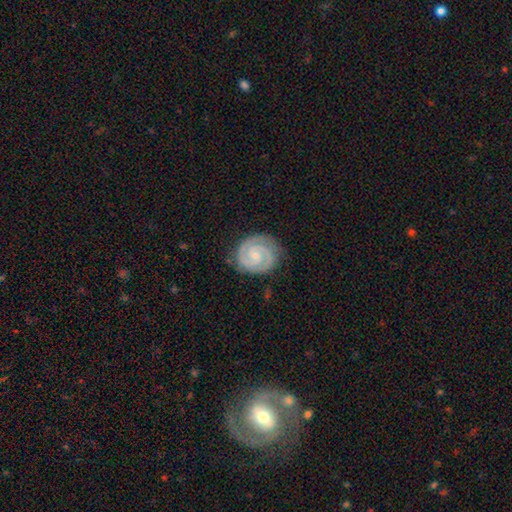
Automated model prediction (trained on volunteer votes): Smooth or featured? featured or disk (91%)
Edge-on disk? no (98%)
Bar? no (65%)
Spiral arms? yes (99%)
Spiral winding? tight (76%)
Spiral arm count? 2 (91%)
Bulge size? small (71%)
Merging? none (84%)